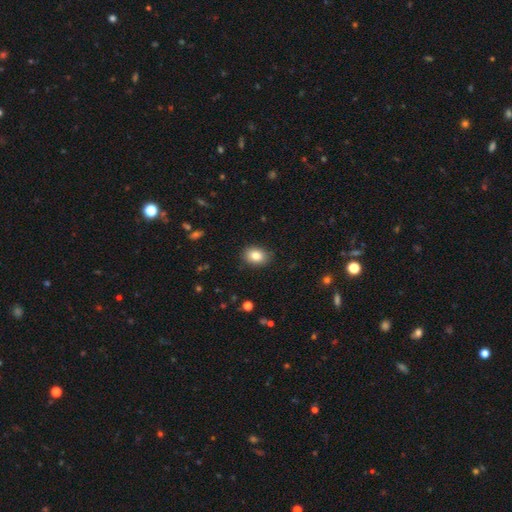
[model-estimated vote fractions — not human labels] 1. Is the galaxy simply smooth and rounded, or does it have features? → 84% smooth, 9% star or artifact, 7% featured or disk.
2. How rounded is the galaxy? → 65% in between, 34% round, 1% cigar-shaped.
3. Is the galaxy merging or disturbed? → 86% none, 11% minor disturbance, 2% major disturbance, 1% merger.